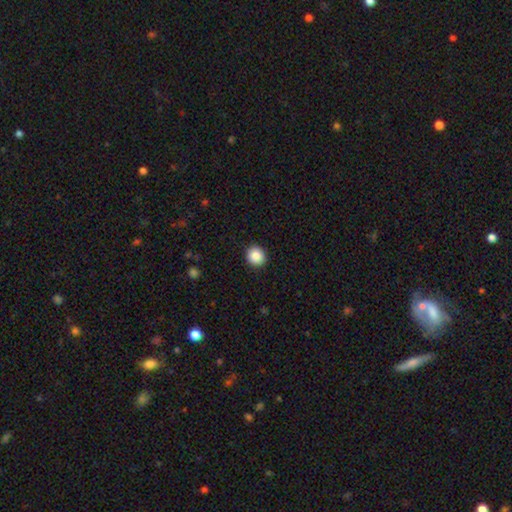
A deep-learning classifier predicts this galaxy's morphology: type=smooth (88%); roundness=round (86%); merging=none (92%).